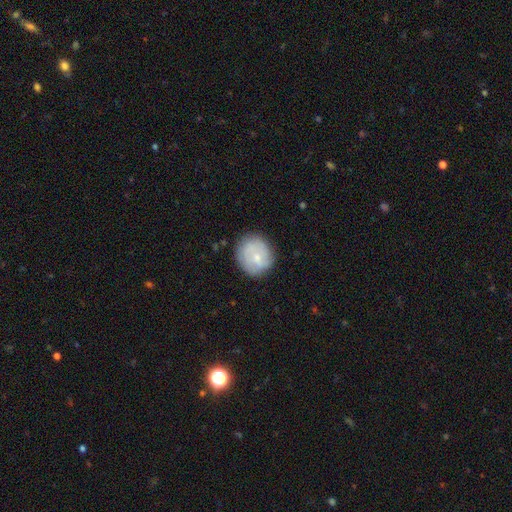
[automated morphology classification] This appears to be a smooth galaxy with no disk features (57%) that is round (79%). Merging: none (75%).